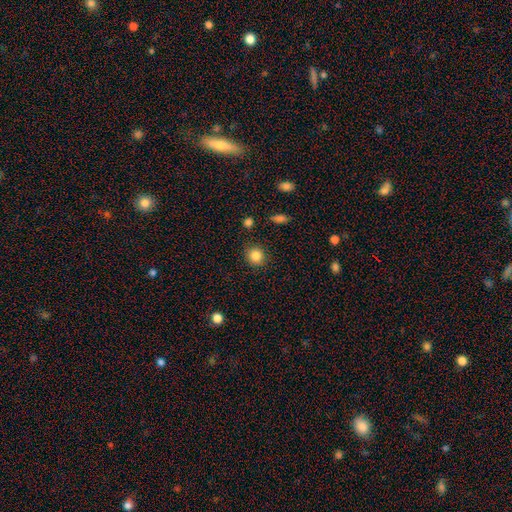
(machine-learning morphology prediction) This appears to be a smooth galaxy with no disk features (84%) that is round (87%). Merging: none (87%).